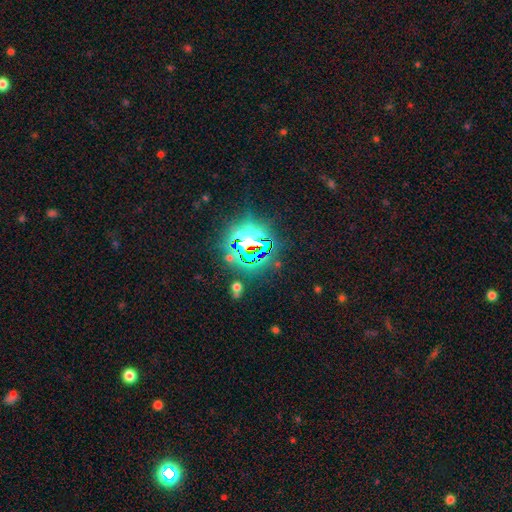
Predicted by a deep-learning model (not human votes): Morphology: type=star or artifact (77%).